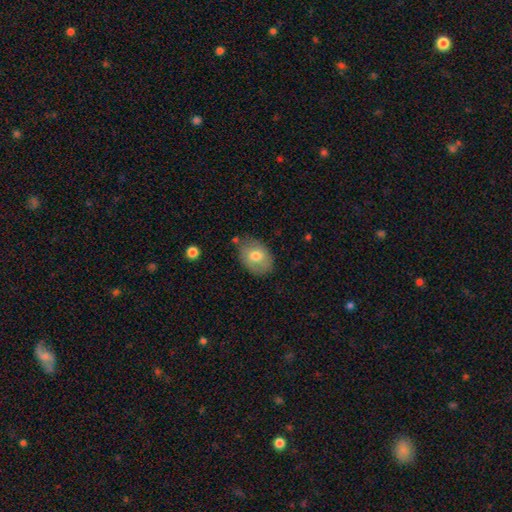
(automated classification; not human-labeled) Smooth or featured: smooth — 73% (featured or disk — 20%)
How rounded: in between — 77% (round — 22%)
Merging: none — 74% (minor disturbance — 19%)